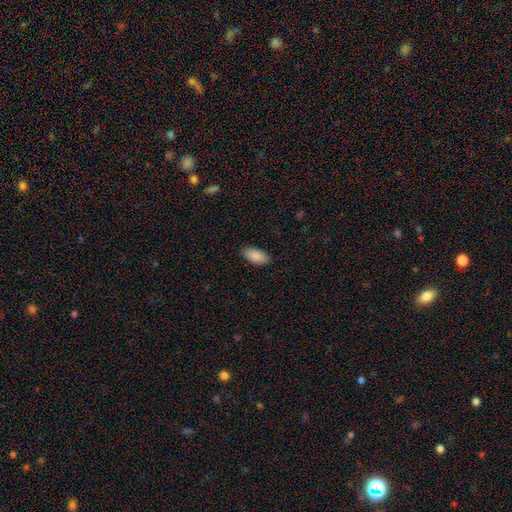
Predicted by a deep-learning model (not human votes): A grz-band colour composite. It shows a smooth galaxy with no disk features (90%) that is in between round and cigar-shaped (93%). Merging: none (88%).